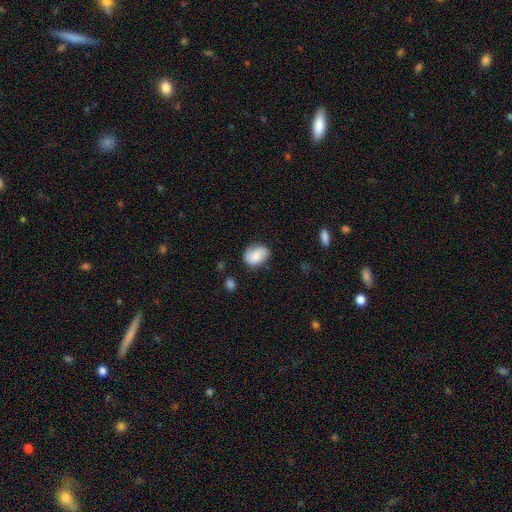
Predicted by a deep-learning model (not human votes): This is likely a smooth galaxy (61%). How rounded: likely in between (66%). Merging: likely none (72%).